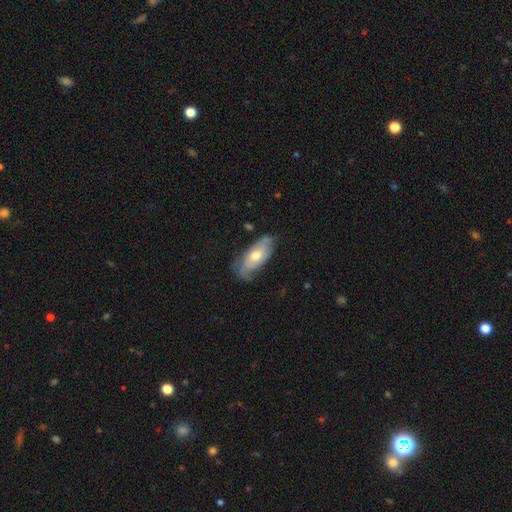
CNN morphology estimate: Smooth or featured: featured or disk — 47% (tied with smooth — 47%)
Merging: none — 62% (minor disturbance — 28%)